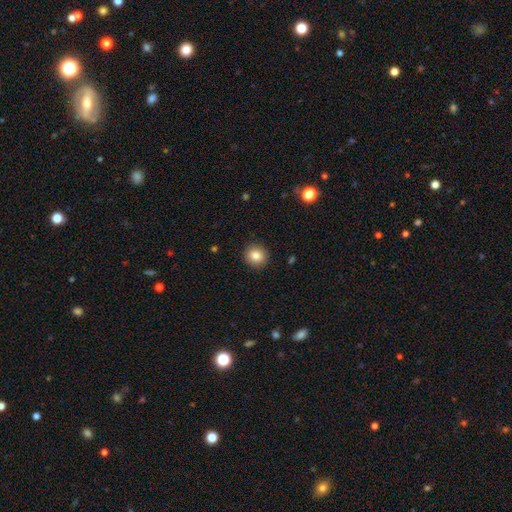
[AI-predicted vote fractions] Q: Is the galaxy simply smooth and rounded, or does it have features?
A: smooth — 84%.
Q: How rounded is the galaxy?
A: round — 89%.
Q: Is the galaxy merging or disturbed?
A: none — 91%.